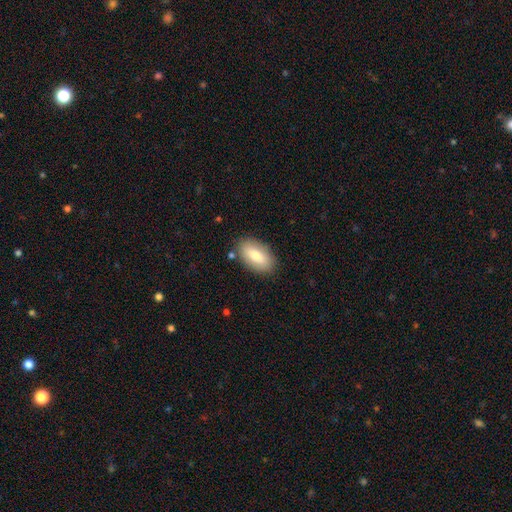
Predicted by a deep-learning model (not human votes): A smooth galaxy with no disk features (76%) that is in between round and cigar-shaped (92%). Merging: none (84%).